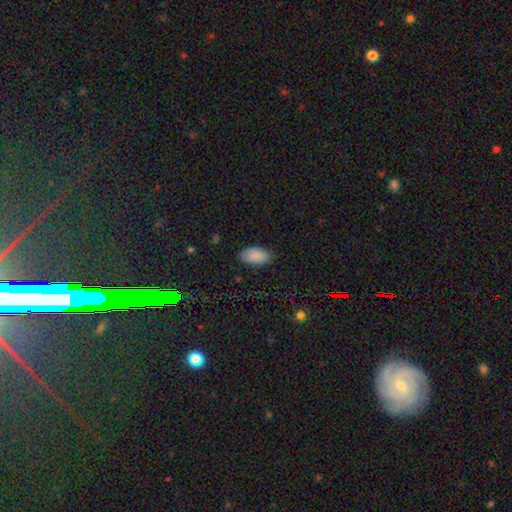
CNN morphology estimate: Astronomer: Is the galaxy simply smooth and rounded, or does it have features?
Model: smooth — 88%.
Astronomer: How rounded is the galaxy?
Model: in between — 95%.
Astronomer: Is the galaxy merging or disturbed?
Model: none — 84%.